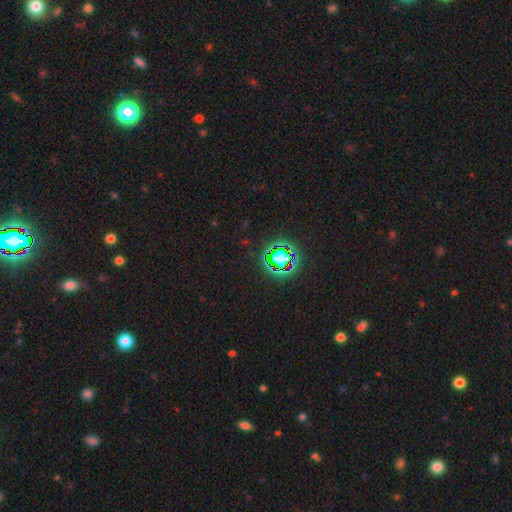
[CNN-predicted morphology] Smooth or featured: star or artifact — 81% (smooth — 12%)